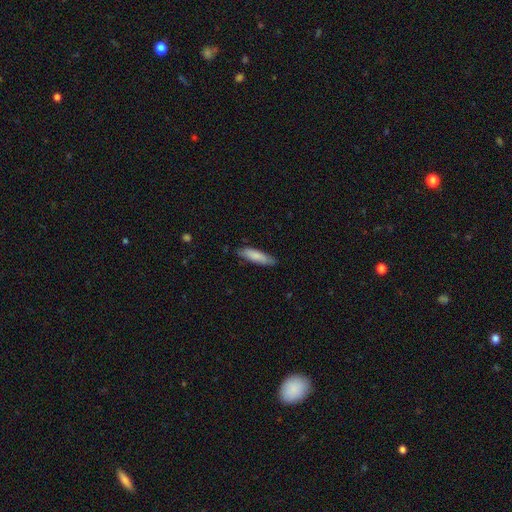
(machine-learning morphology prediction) smooth-or-featured: smooth: 81% | featured or disk: 14% | star or artifact: 5%
  how-rounded: cigar-shaped: 71% | in between: 28% | round: 1%
  merging: none: 82% | minor disturbance: 15% | major disturbance: 2% | merger: 1%